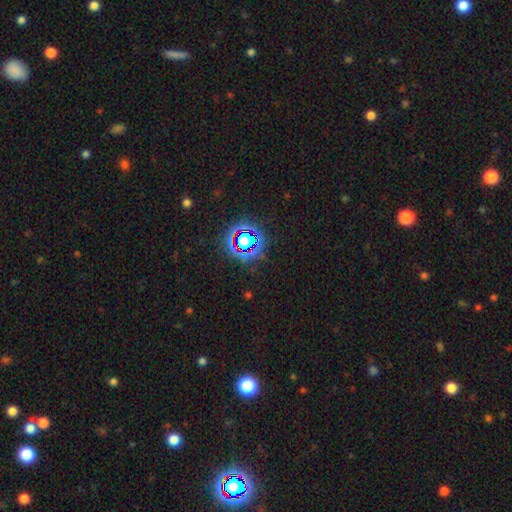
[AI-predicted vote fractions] This is likely a star or artifact rather than a galaxy (79%).